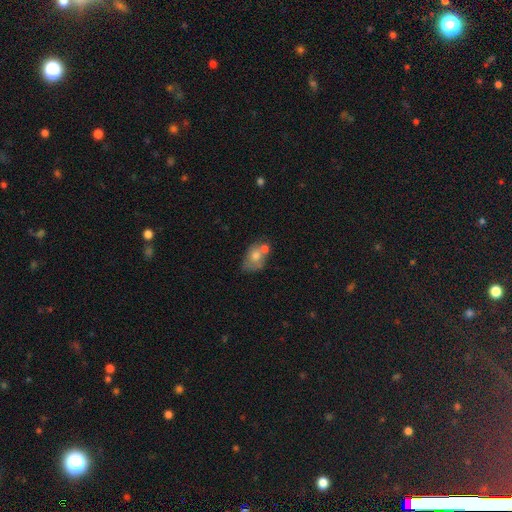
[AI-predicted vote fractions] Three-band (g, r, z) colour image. It shows a smooth galaxy with no disk features (63%) that is in between round and cigar-shaped (76%). Merging: merger (39%).